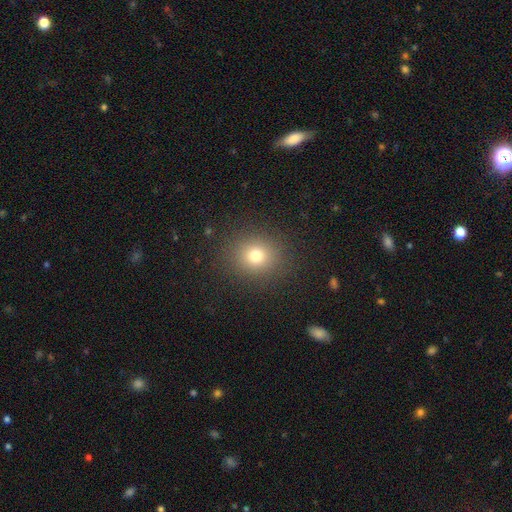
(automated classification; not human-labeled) smooth-or-featured: smooth: 75% | star or artifact: 16% | featured or disk: 9%
  how-rounded: round: 77% | in between: 22% | cigar-shaped: 1%
  merging: none: 88% | minor disturbance: 7% | major disturbance: 4% | merger: 1%